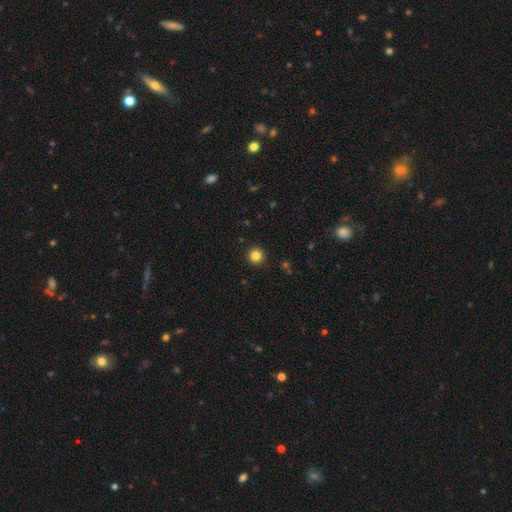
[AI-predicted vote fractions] Smooth or featured?
  - smooth: 83% *
  - star or artifact: 12%
  - featured or disk: 5%
How rounded?
  - round: 96% *
  - in between: 3%
  - cigar-shaped: 1%
Merging?
  - none: 93% *
  - minor disturbance: 4%
  - major disturbance: 2%
  - merger: 1%